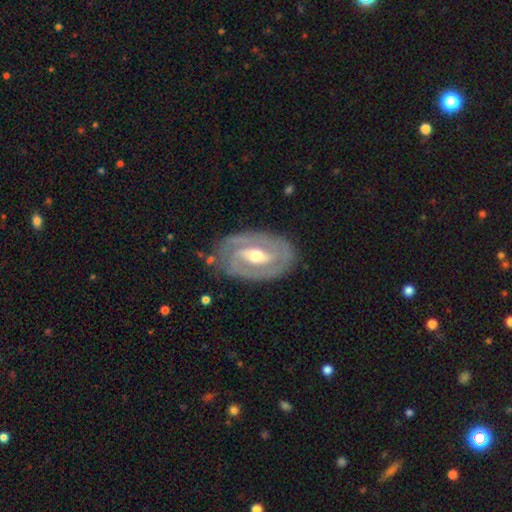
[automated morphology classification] Smooth or featured: featured or disk — 85% (smooth — 10%)
Edge-on disk: no — 95% (yes — 5%)
Bar: strong — 43% (weak — 38%)
Spiral arms: yes — 88% (no — 12%)
Spiral winding: tight — 57% (medium — 35%)
Spiral arm count: 2 — 79% (can't tell — 10%)
Bulge size: moderate — 69% (small — 22%)
Merging: none — 81% (minor disturbance — 14%)